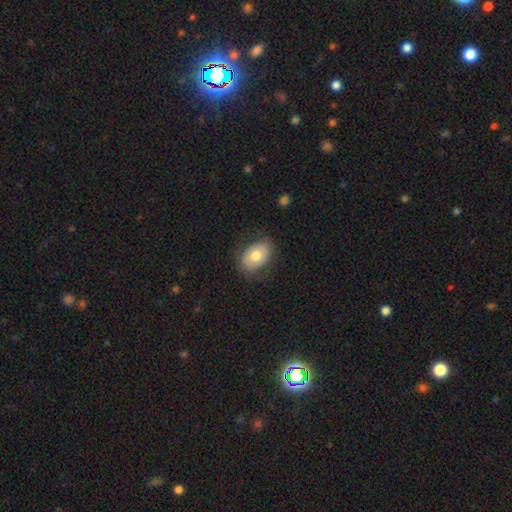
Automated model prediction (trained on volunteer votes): Smooth or featured? Predicted: smooth (p=0.74). How rounded? Predicted: in between (p=0.86). Merging? Predicted: none (p=0.77).